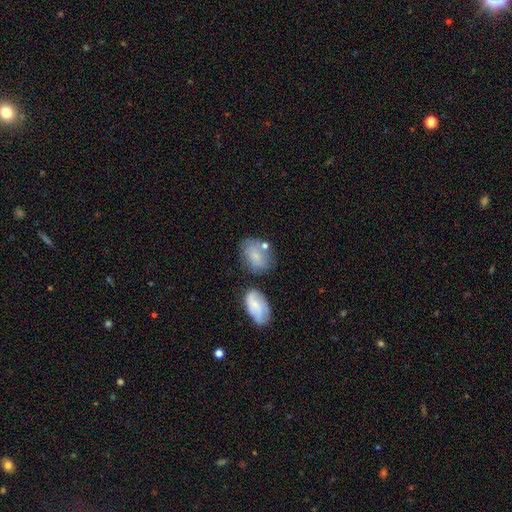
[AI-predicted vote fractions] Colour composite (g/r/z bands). It shows a smooth galaxy with no disk features (67%) that is in between round and cigar-shaped (72%). Merging: none (49%).